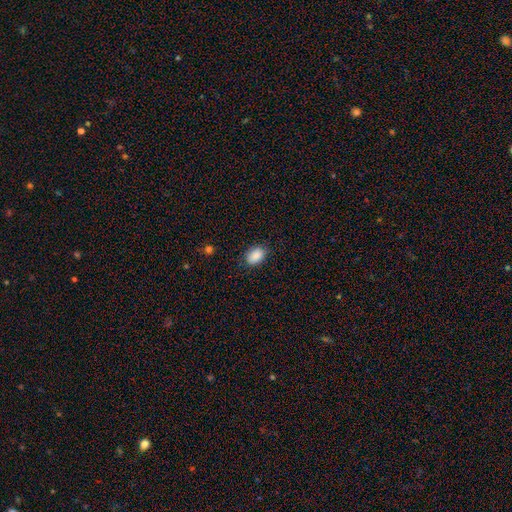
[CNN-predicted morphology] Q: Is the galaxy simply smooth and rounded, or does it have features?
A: smooth — 89%.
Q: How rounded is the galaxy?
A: in between — 86%.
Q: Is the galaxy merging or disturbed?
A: none — 82%.